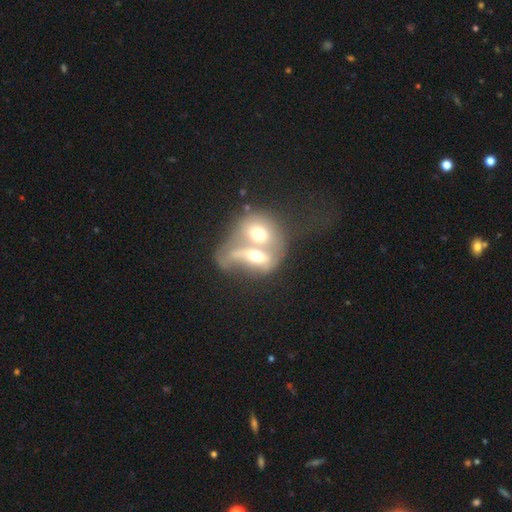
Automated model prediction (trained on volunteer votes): This appears to be a smooth galaxy with no disk features (47%). Merging: merger (78%).